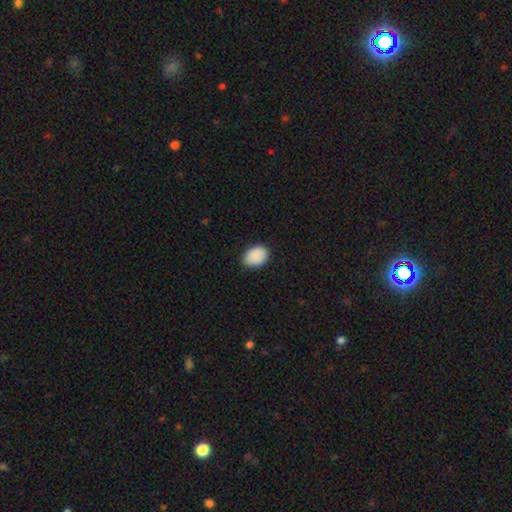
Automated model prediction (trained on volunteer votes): A smooth galaxy with no disk features (90%) that is in between round and cigar-shaped (75%).

Vote fractions:
- Smooth or featured? smooth: 90% / star or artifact: 7% / featured or disk: 3%
- How rounded? in between: 75% / round: 24% / cigar-shaped: 1%
- Merging? none: 82% / minor disturbance: 15% / major disturbance: 2% / merger: 1%